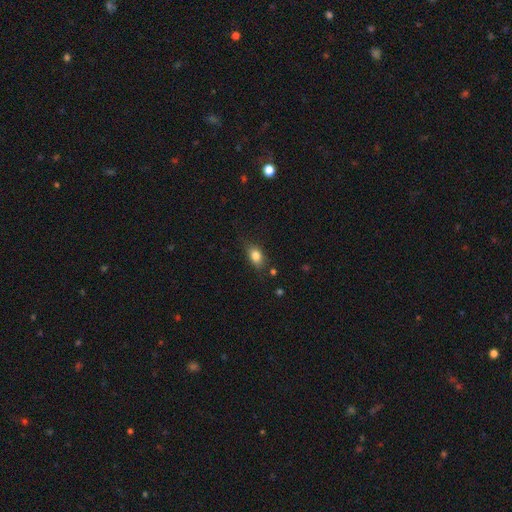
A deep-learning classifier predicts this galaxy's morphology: Overall: smooth (81%). How rounded: in between (77%). Merging: none (73%).